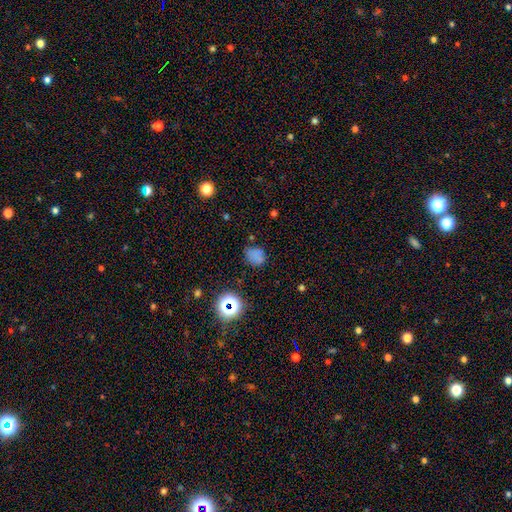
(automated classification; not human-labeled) Smooth or featured? Predicted: smooth (p=0.67). How rounded? Predicted: round (p=0.51). Merging? Predicted: none (p=0.71).